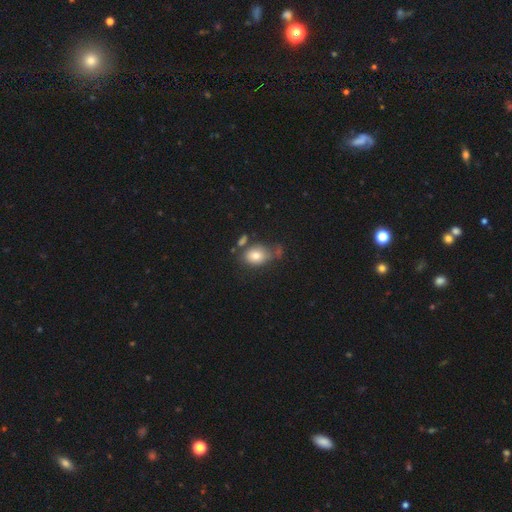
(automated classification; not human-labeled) smooth-or-featured: smooth: 77% | featured or disk: 13% | star or artifact: 10%
  how-rounded: in between: 68% | round: 31% | cigar-shaped: 1%
  merging: none: 57% | minor disturbance: 19% | merger: 16% | major disturbance: 7%